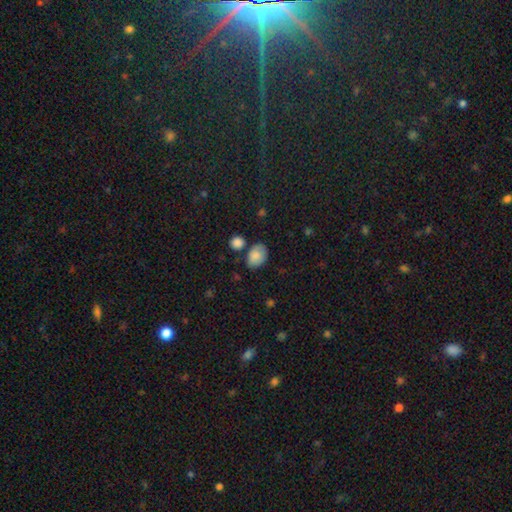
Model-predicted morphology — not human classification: Smooth or featured? Predicted: smooth (p=0.84). How rounded? Predicted: in between (p=0.80). Merging? Predicted: none (p=0.65).